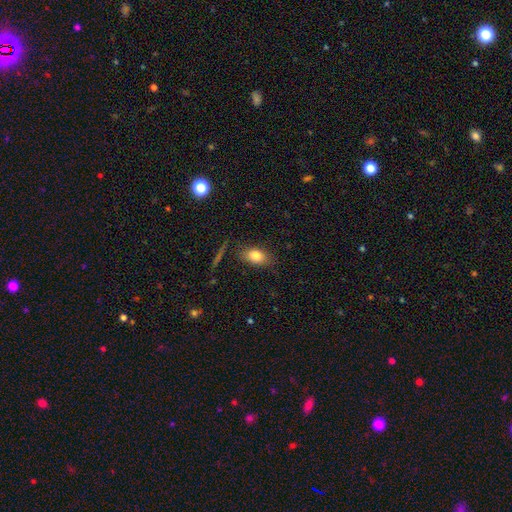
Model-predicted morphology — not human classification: This appears to be a smooth galaxy with no disk features (80%) that is in between round and cigar-shaped (83%). Merging: none (78%).